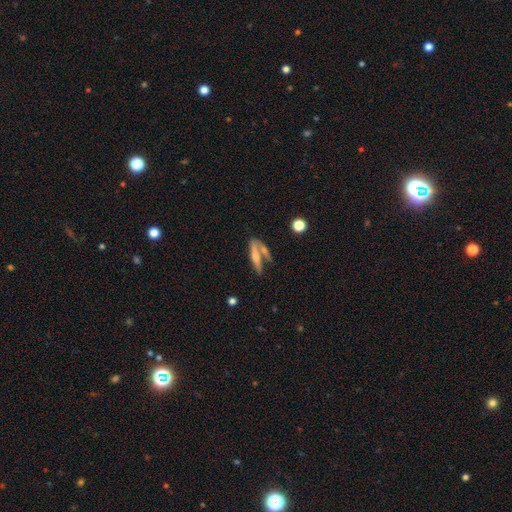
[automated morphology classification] Smooth or featured?
  - smooth: 54% *
  - featured or disk: 38%
  - star or artifact: 8%
How rounded?
  - cigar-shaped: 75% *
  - in between: 22%
  - round: 3%
Merging?
  - none: 42% *
  - merger: 38%
  - minor disturbance: 12%
  - major disturbance: 8%